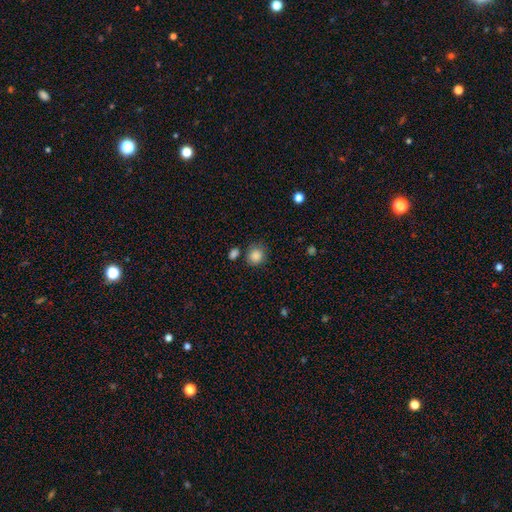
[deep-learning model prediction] A smooth galaxy with no disk features (86%) that is round (84%).

Vote fractions:
- Smooth or featured? smooth: 86% / star or artifact: 9% / featured or disk: 4%
- How rounded? round: 84% / in between: 15% / cigar-shaped: 1%
- Merging? none: 73% / minor disturbance: 16% / merger: 7% / major disturbance: 5%